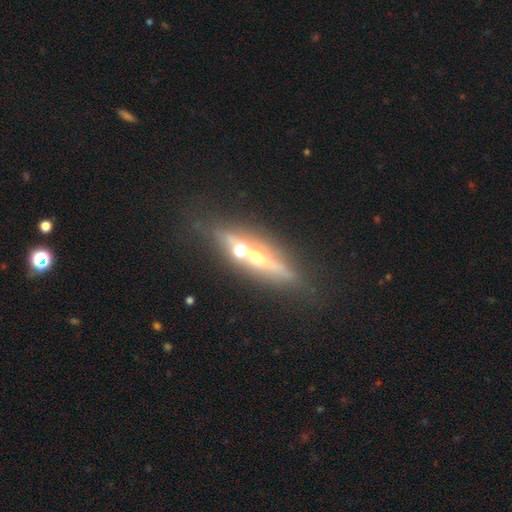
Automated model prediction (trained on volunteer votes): Smooth or featured?
  - featured or disk: 69% *
  - smooth: 20%
  - star or artifact: 11%
Edge-on disk?
  - yes: 85% *
  - no: 15%
Edge-on bulge?
  - rounded: 92% *
  - none: 5%
  - boxy: 4%
Merging?
  - none: 60% *
  - merger: 24%
  - minor disturbance: 11%
  - major disturbance: 5%